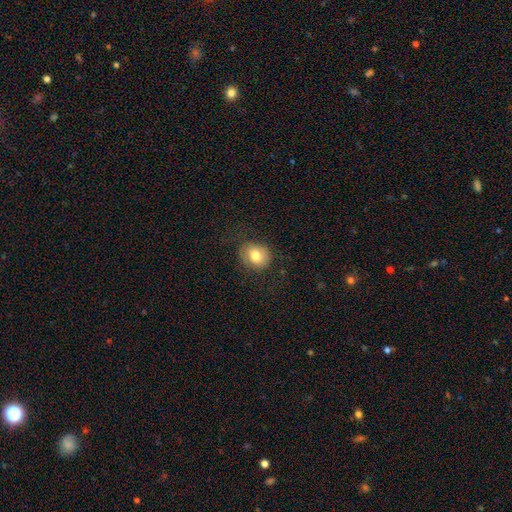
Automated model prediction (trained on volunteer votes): Smooth or featured? smooth (75%)
How rounded? round (64%)
Merging? none (75%)